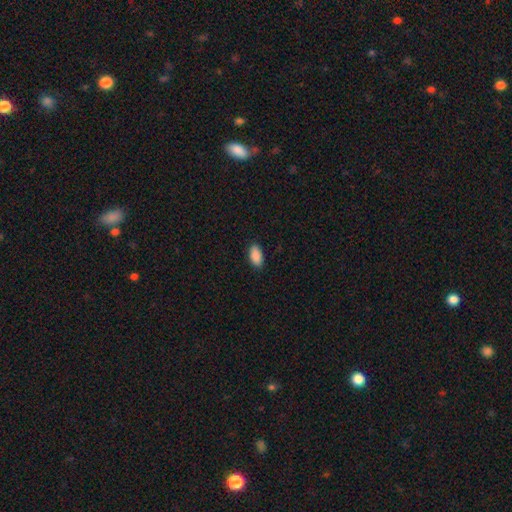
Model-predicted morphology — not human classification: smooth_or_featured: smooth (p=0.90) [alt: star or artifact p=0.07]
how_rounded: in between (p=0.93) [alt: cigar-shaped p=0.04]
merging: none (p=0.88) [alt: minor disturbance p=0.09]